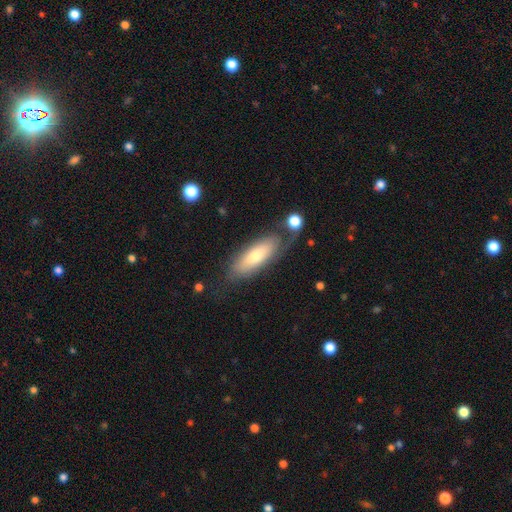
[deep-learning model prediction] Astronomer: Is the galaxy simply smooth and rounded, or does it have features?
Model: smooth — 56% (runner-up: featured or disk, 37%).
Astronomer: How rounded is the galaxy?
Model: in between — 66%.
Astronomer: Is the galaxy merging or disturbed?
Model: none — 59%.